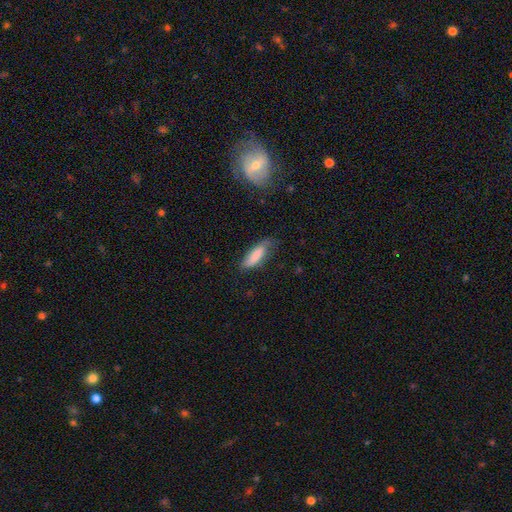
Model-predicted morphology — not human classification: Smooth or featured?
  - smooth: 82% *
  - featured or disk: 12%
  - star or artifact: 6%
How rounded?
  - cigar-shaped: 49% * (tied)
  - in between: 49% * (tied)
  - round: 2%
Merging?
  - none: 59% *
  - minor disturbance: 30%
  - major disturbance: 9%
  - merger: 2%